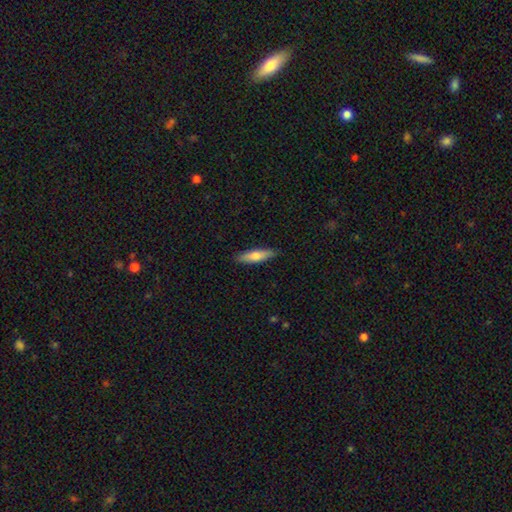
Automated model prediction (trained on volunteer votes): A smooth galaxy with no disk features (68%) that is cigar-shaped (68%). Merging: none (89%).